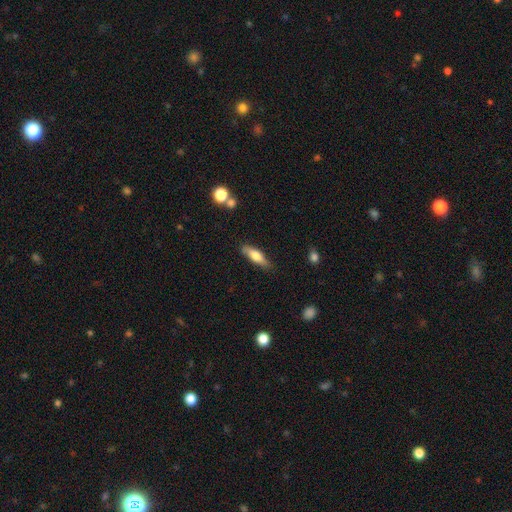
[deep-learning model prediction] Smooth or featured?
  - smooth: 66% *
  - featured or disk: 28%
  - star or artifact: 6%
How rounded?
  - cigar-shaped: 54% *
  - in between: 44%
  - round: 2%
Merging?
  - none: 81% *
  - minor disturbance: 14%
  - major disturbance: 3%
  - merger: 2%